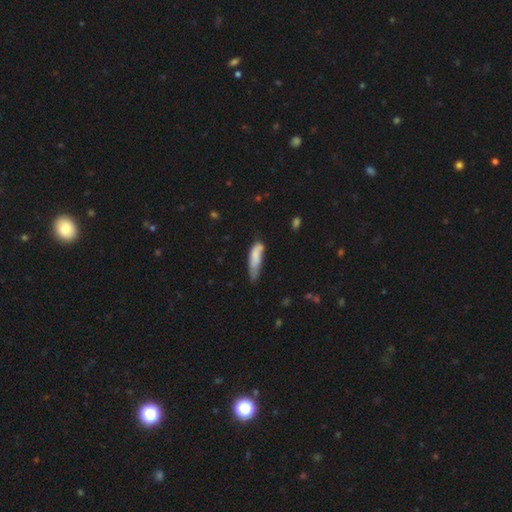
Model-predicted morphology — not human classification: A smooth galaxy with no disk features (77%) that is cigar-shaped (62%).

Vote fractions:
- Smooth or featured? smooth: 77% / featured or disk: 16% / star or artifact: 7%
- How rounded? cigar-shaped: 62% / in between: 36% / round: 2%
- Merging? minor disturbance: 40% / none: 38% / major disturbance: 15% / merger: 7%